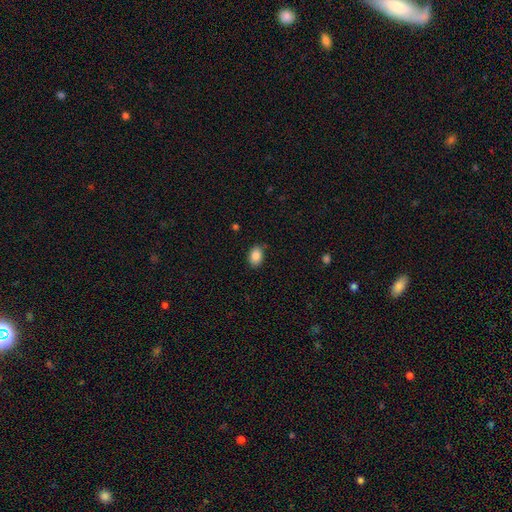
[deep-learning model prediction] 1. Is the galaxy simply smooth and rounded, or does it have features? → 87% smooth, 8% star or artifact, 5% featured or disk.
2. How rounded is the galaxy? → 83% in between, 16% round, 1% cigar-shaped.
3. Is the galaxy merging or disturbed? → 81% none, 15% minor disturbance, 3% major disturbance, 1% merger.